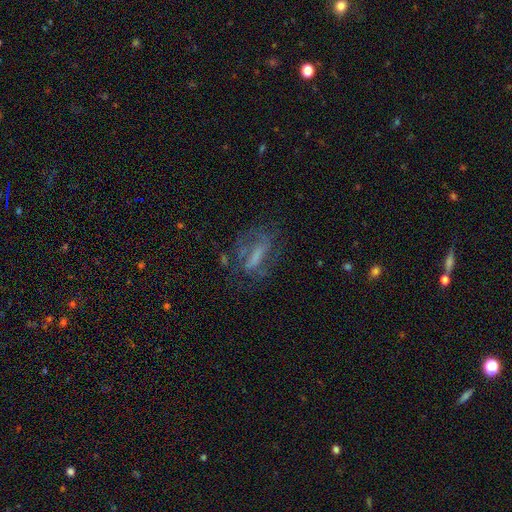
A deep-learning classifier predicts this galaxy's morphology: type=featured or disk (51%); edge-on=no (83%); merging=none (54%).